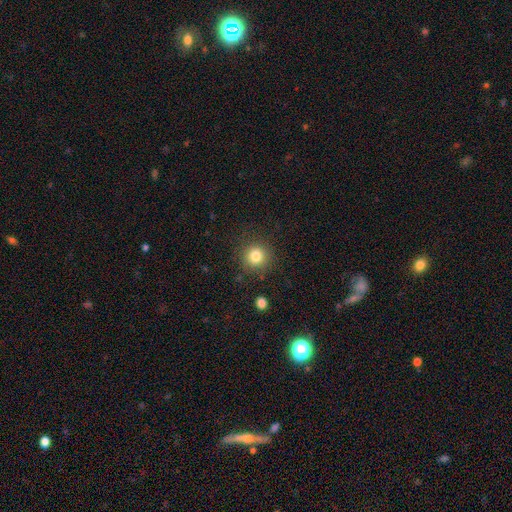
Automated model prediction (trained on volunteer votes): Morphology: type=smooth (81%); roundness=round (93%); merging=none (86%).